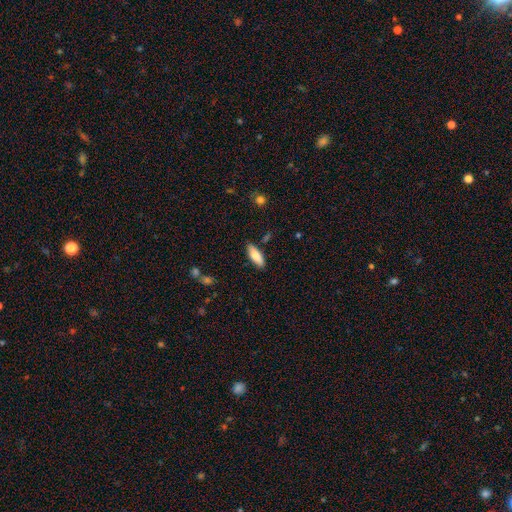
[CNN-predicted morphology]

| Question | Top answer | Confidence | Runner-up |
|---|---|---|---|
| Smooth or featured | smooth | 79% | featured or disk (15%) |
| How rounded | in between | 67% | cigar-shaped (31%) |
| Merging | none | 84% | minor disturbance (11%) |